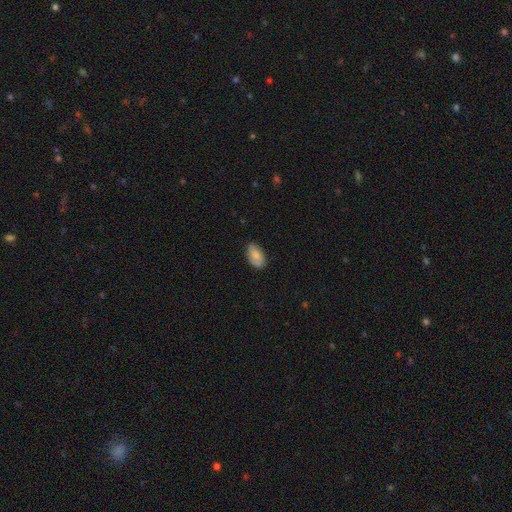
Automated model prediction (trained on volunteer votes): Q: Smooth or featured?
A: smooth (78%); runner-up: featured or disk (15%)
Q: How rounded?
A: in between (93%); runner-up: round (4%)
Q: Merging?
A: none (75%); runner-up: minor disturbance (20%)